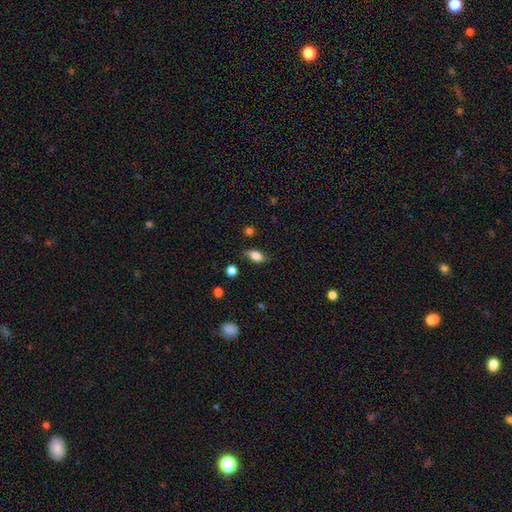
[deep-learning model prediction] Overall: smooth (76%). How rounded: in between (84%). Merging: none (74%).